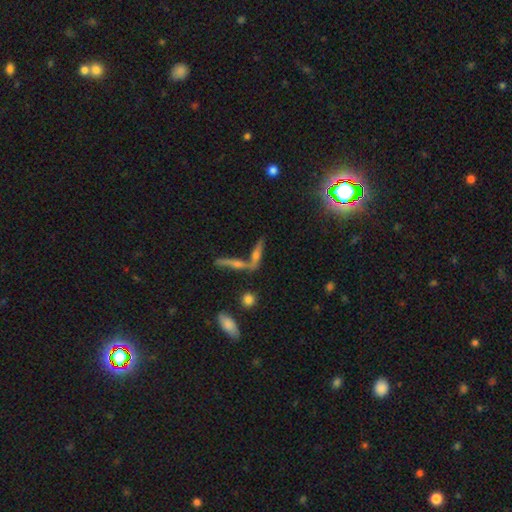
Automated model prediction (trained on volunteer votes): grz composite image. It shows a featured or disk galaxy (47%). Merging: none (46%).